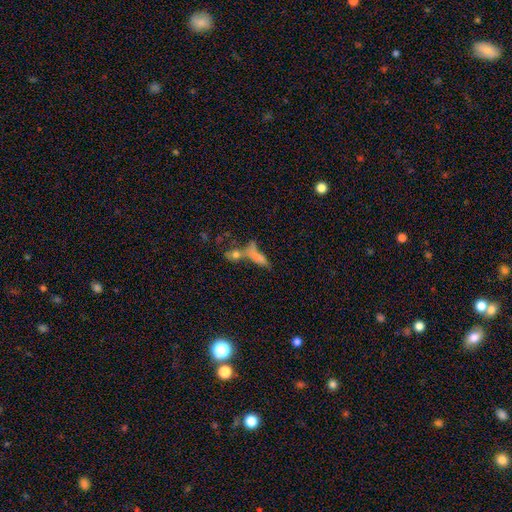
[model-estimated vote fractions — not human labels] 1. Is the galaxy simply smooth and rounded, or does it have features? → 63% smooth, 23% featured or disk, 14% star or artifact.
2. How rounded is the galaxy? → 51% cigar-shaped, 42% in between, 7% round.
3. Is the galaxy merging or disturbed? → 47% merger, 31% none, 11% minor disturbance, 11% major disturbance.